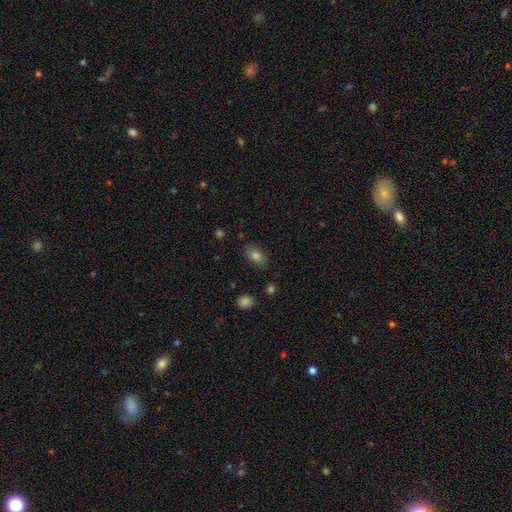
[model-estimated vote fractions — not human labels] The model was most divided on "merging": none: 82%, minor disturbance: 13%, major disturbance: 3%, merger: 2%. More confident: how rounded — in between (88%); smooth or featured — smooth (81%).